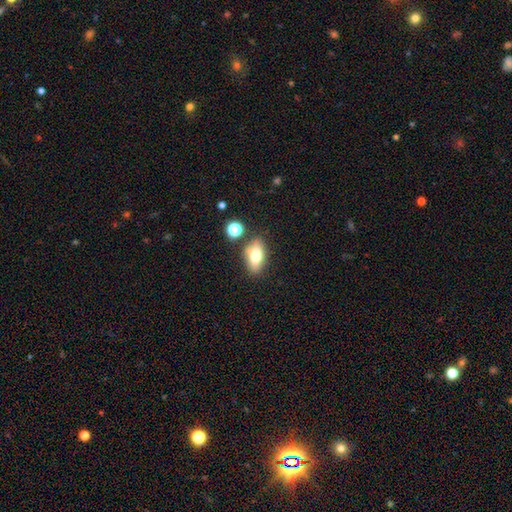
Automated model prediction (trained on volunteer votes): A smooth galaxy with no disk features (70%) that is in between round and cigar-shaped (83%). Merging: none (74%).